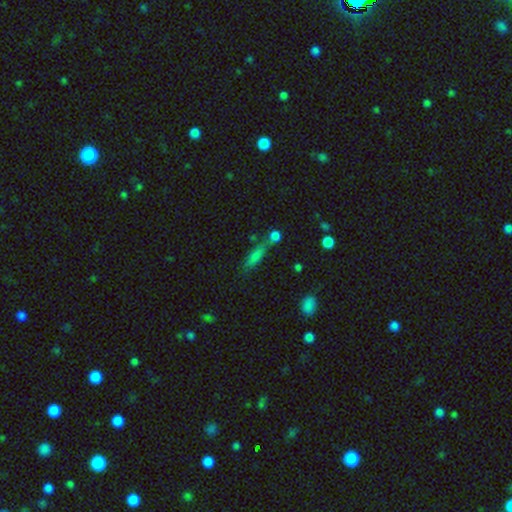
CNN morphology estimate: This is likely a smooth galaxy (66%). How rounded: likely cigar-shaped (61%). Merging: possibly none (53%).